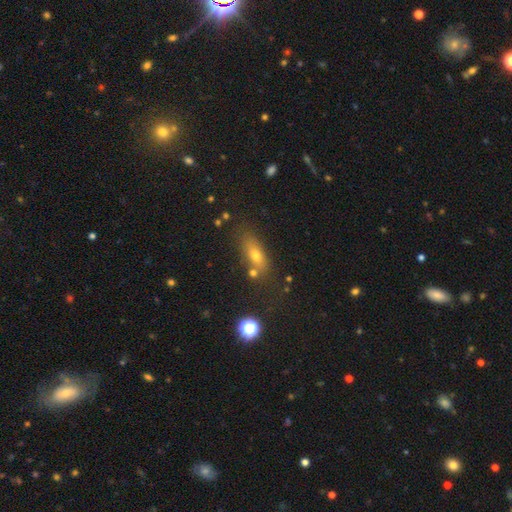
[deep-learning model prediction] This is likely a smooth galaxy (65%). How rounded: likely in between (65%). Merging: likely none (67%).